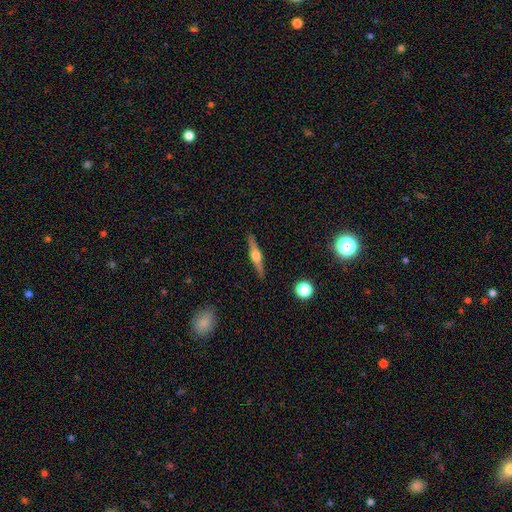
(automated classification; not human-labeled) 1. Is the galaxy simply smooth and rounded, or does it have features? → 72% featured or disk, 22% smooth, 6% star or artifact.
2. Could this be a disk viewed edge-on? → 97% yes, 3% no.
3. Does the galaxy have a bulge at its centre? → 91% rounded, 7% boxy, 2% none.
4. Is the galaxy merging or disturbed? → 90% none, 7% minor disturbance, 2% major disturbance, 1% merger.